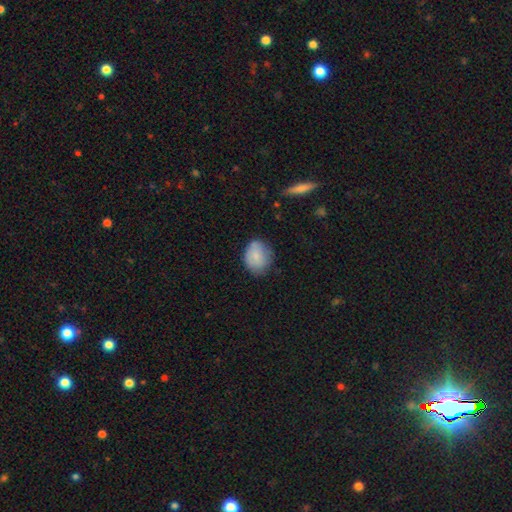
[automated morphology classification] Smooth or featured? smooth (81%)
How rounded? in between (53%)
Merging? none (66%)